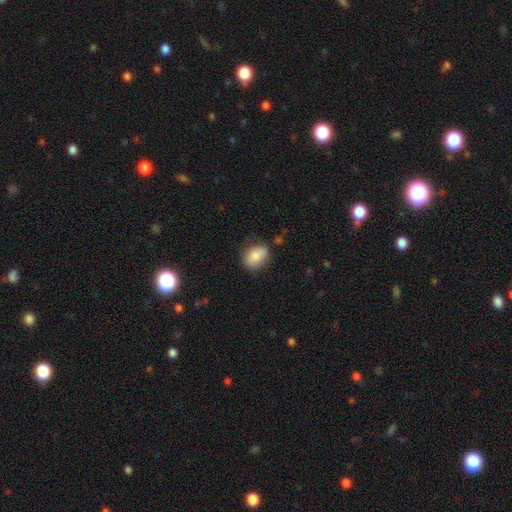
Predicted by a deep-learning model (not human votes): Smooth or featured? Predicted: smooth (p=0.84). How rounded? Predicted: in between (p=0.72). Merging? Predicted: none (p=0.75).